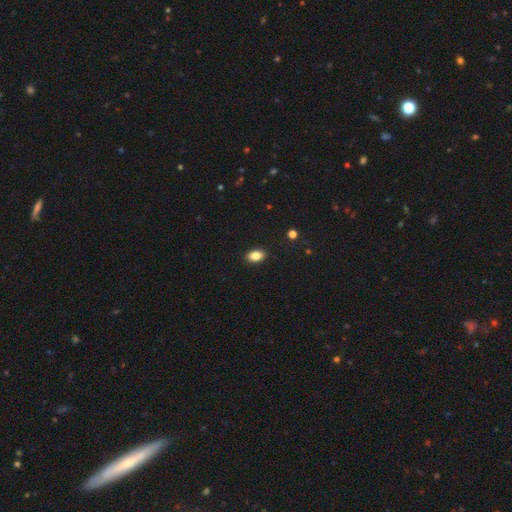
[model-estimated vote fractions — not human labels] smooth_or_featured: smooth (p=0.84) [alt: star or artifact p=0.09]
how_rounded: in between (p=0.88) [alt: round p=0.10]
merging: none (p=0.90) [alt: minor disturbance p=0.07]